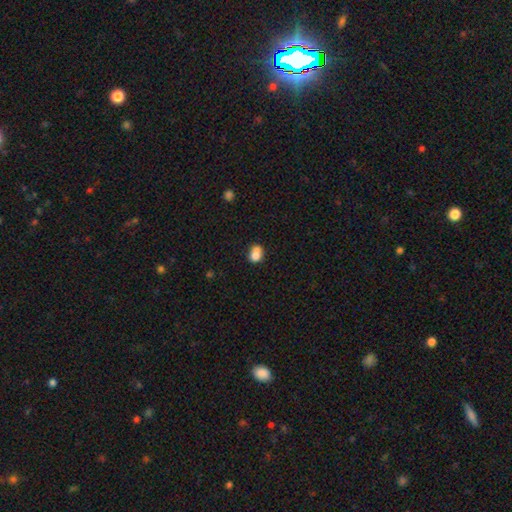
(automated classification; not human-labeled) Q: Smooth or featured?
A: smooth (75%); runner-up: featured or disk (14%)
Q: How rounded?
A: in between (52%); runner-up: round (47%)
Q: Merging?
A: merger (44%); runner-up: none (34%)